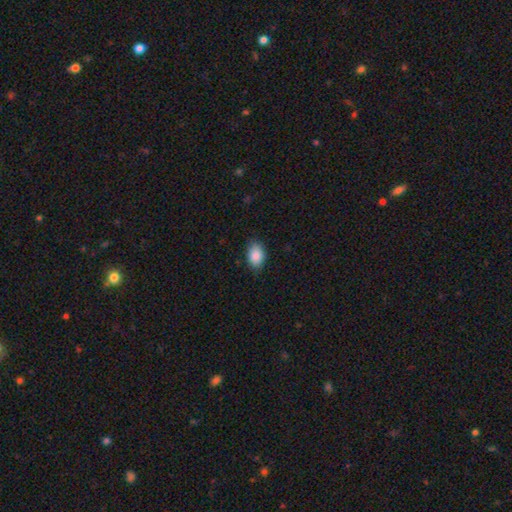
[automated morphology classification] Q: Smooth or featured?
A: smooth (88%); runner-up: star or artifact (7%)
Q: How rounded?
A: in between (87%); runner-up: round (11%)
Q: Merging?
A: none (83%); runner-up: minor disturbance (13%)